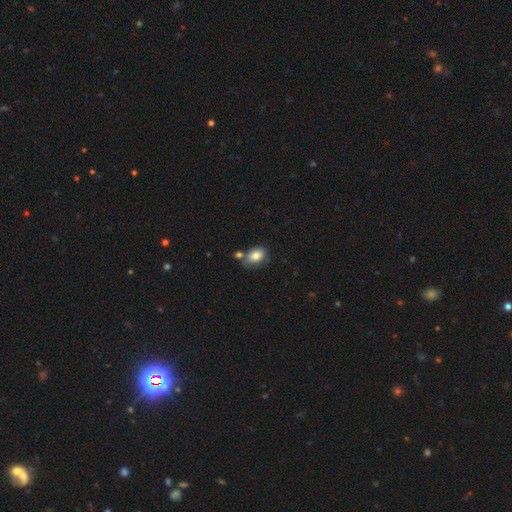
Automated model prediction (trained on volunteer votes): smooth_or_featured: smooth (p=0.82) [alt: featured or disk p=0.09]
how_rounded: in between (p=0.79) [alt: round p=0.19]
merging: none (p=0.54) [alt: merger p=0.21]